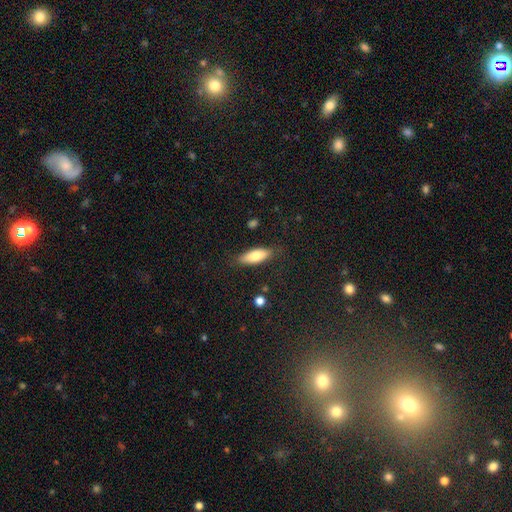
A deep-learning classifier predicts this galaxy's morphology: A smooth galaxy with no disk features (77%) that is in between round and cigar-shaped (69%).

Vote fractions:
- Smooth or featured? smooth: 77% / featured or disk: 16% / star or artifact: 6%
- How rounded? in between: 69% / cigar-shaped: 29% / round: 2%
- Merging? none: 81% / minor disturbance: 14% / major disturbance: 3% / merger: 1%